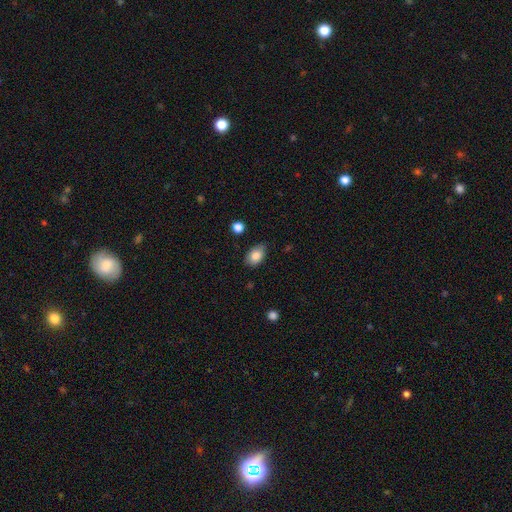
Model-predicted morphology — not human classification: This is clearly a smooth galaxy (84%). How rounded: clearly in between (85%). Merging: likely none (77%).